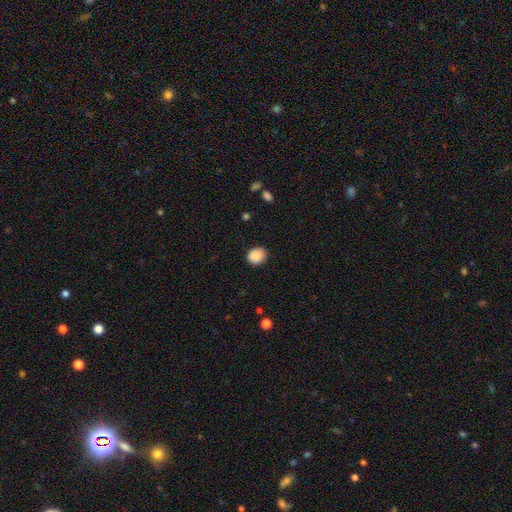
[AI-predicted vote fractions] smooth 88%, star or artifact 8%, featured or disk 4%. Down the decision tree: how rounded — round (69%); merging — none (87%).